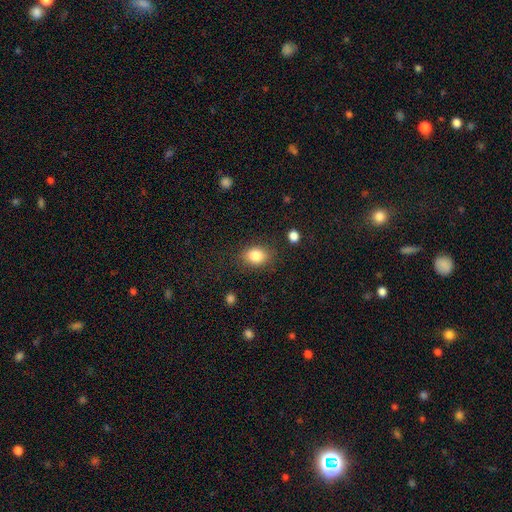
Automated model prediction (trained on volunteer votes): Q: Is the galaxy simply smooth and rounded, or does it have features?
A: smooth — 85%.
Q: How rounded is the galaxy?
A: in between — 60%.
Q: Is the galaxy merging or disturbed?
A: none — 82%.